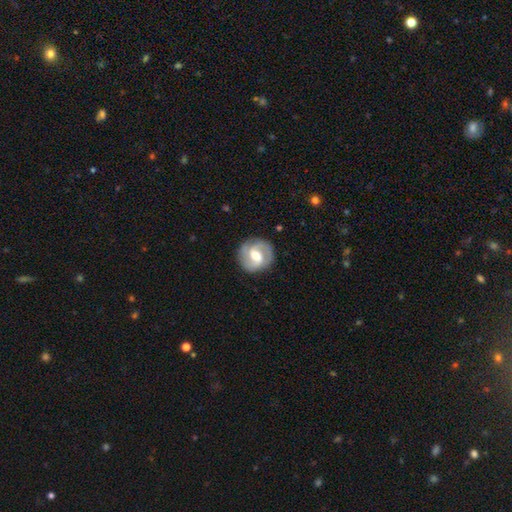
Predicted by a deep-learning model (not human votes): Smooth or featured? featured or disk (76%)
Edge-on disk? no (98%)
Bar? weak (54%)
Spiral arms? yes (91%)
Spiral winding? medium (46%)
Spiral arm count? 2 (73%)
Bulge size? moderate (70%)
Merging? none (85%)